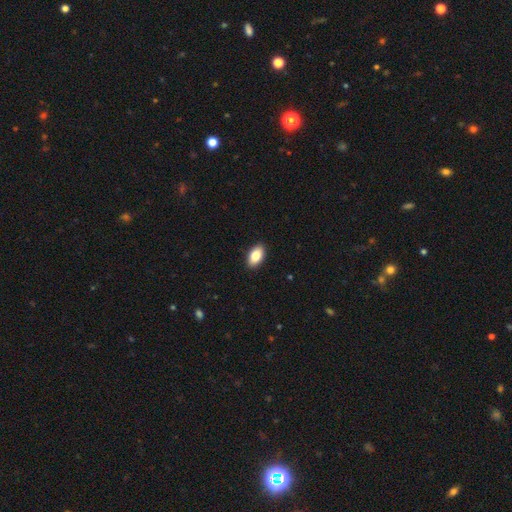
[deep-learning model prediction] Morphology: type=smooth (85%); roundness=in between (93%); merging=none (91%).